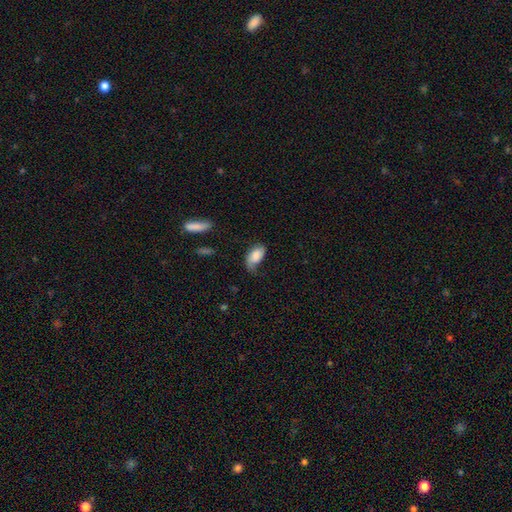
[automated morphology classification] The model was most divided on "merging" (2-way tie): none: 36%, minor disturbance: 36%, major disturbance: 25%, merger: 3%. More confident: how rounded — in between (93%); smooth or featured — smooth (72%).